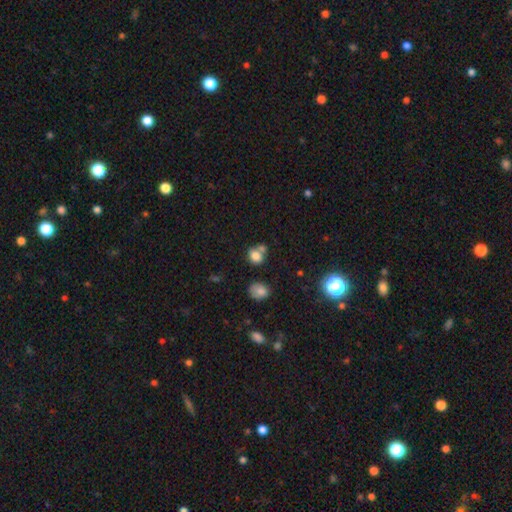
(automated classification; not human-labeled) Morphology: type=smooth (78%); roundness=round (63%); merging=none (44%).